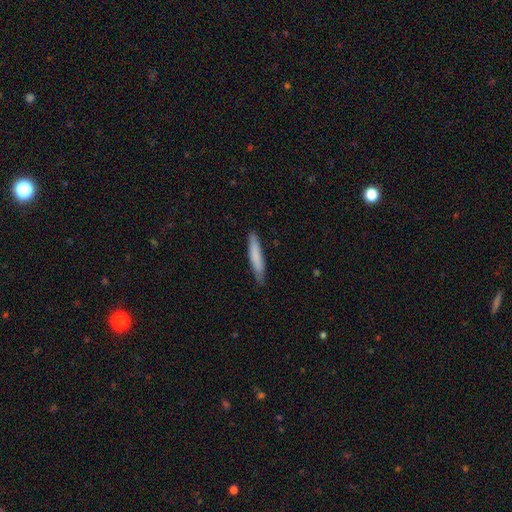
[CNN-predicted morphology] The model was most divided on "smooth or featured": smooth: 78%, featured or disk: 17%, star or artifact: 6%. More confident: how rounded — cigar-shaped (92%); merging — none (83%).